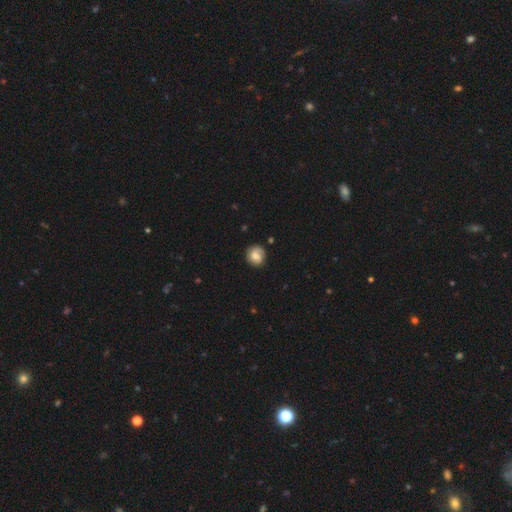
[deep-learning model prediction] smooth_or_featured: smooth (p=0.61) [alt: featured or disk p=0.31]
how_rounded: round (p=0.85) [alt: in between p=0.14]
merging: none (p=0.78) [alt: minor disturbance p=0.16]